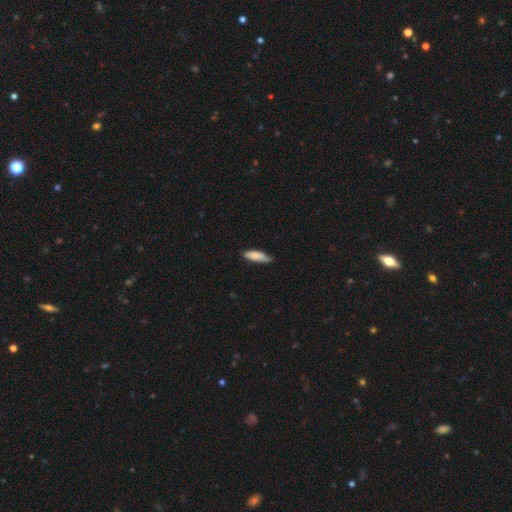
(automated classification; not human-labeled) smooth_or_featured: smooth (p=0.81) [alt: featured or disk p=0.13]
how_rounded: in between (p=0.50) [alt: cigar-shaped p=0.48]
merging: none (p=0.64) [alt: minor disturbance p=0.30]